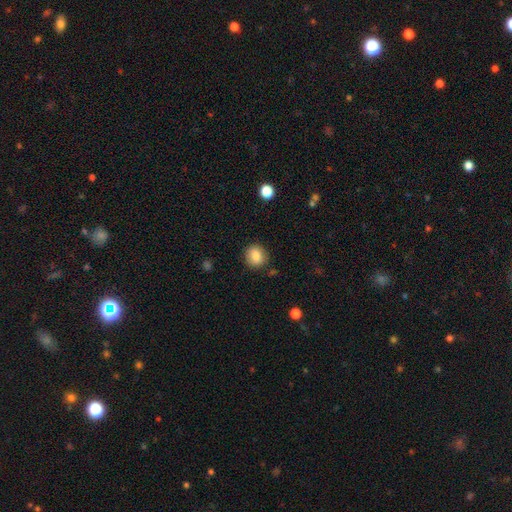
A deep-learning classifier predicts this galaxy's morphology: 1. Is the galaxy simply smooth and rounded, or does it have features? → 84% smooth, 9% star or artifact, 7% featured or disk.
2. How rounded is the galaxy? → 79% round, 20% in between, 1% cigar-shaped.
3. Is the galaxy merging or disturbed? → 87% none, 9% minor disturbance, 3% major disturbance, 2% merger.